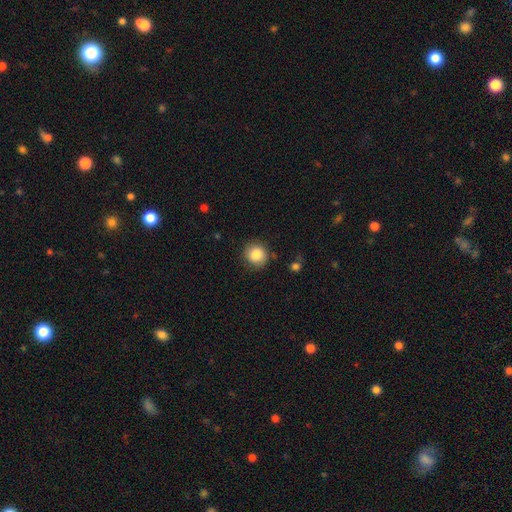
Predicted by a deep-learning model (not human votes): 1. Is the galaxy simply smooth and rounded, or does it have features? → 85% smooth, 9% star or artifact, 6% featured or disk.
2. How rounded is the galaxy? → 90% round, 9% in between, 1% cigar-shaped.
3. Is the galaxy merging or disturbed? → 85% none, 10% minor disturbance, 3% major disturbance, 2% merger.